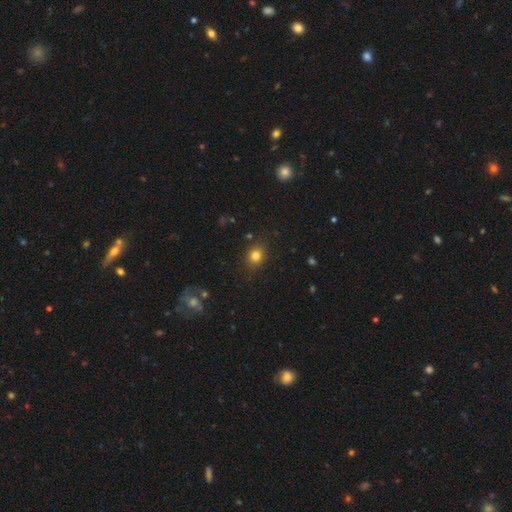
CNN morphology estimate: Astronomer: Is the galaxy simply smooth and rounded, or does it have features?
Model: smooth — 80%.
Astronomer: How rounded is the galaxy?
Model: round — 63%.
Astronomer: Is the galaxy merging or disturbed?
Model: none — 85%.